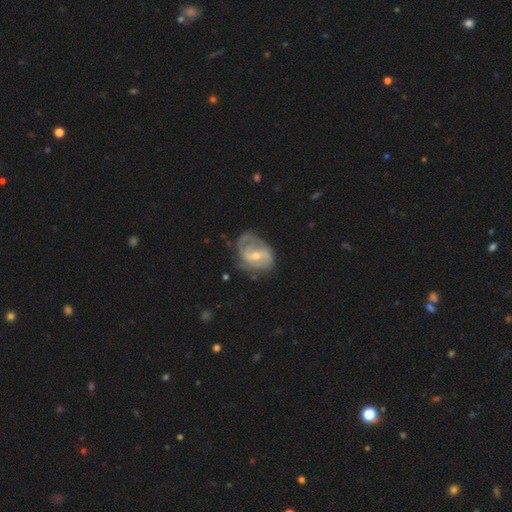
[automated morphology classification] A featured or disk galaxy (77%) with a weak bar (50%), 2 (57%) medium (44%) spiral arms (88%) and a small central bulge (51%). Merging: none (56%).